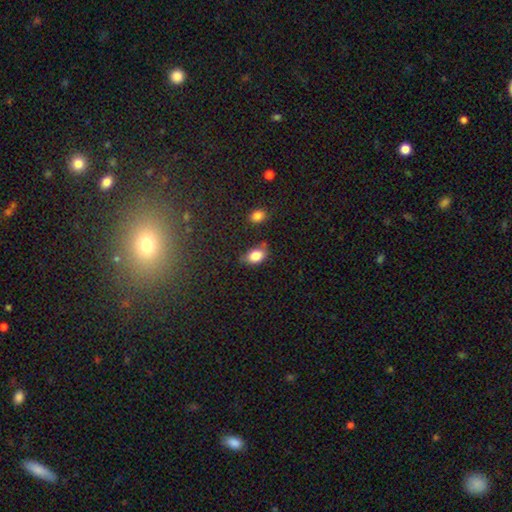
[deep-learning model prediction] Morphology: type=smooth (84%); roundness=in between (86%); merging=none (60%).